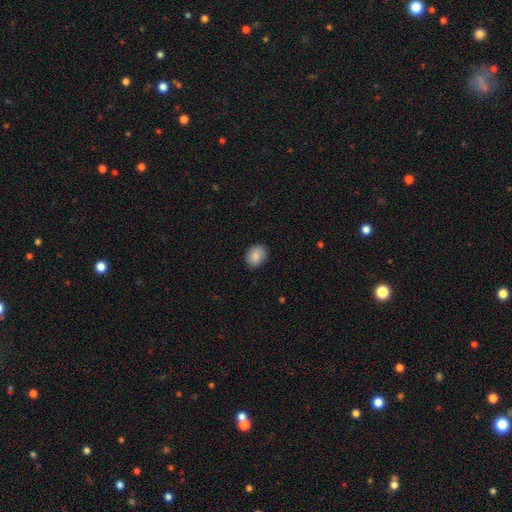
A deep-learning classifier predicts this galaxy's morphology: This is clearly a smooth galaxy (86%). How rounded: possibly round (51%). Merging: clearly none (82%).